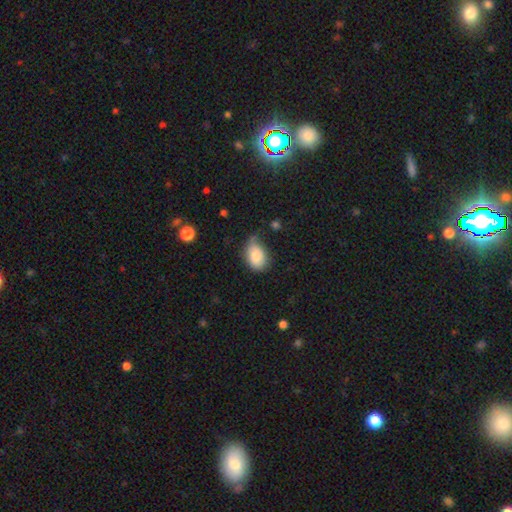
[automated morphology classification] type=smooth (80%); roundness=in between (84%); merging=none (48%).